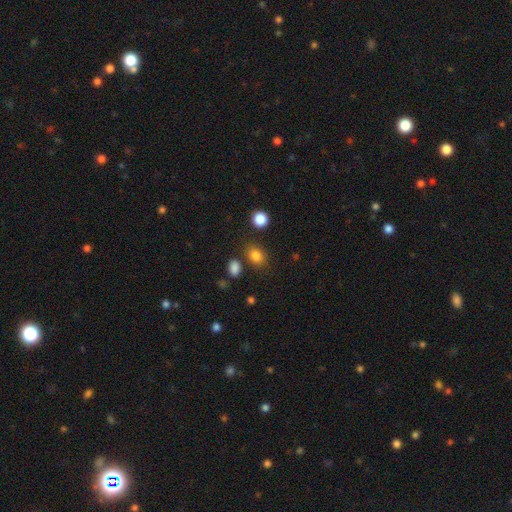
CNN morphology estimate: Overall: smooth (83%). How rounded: in between (63%; round 36%). Merging: none (78%).